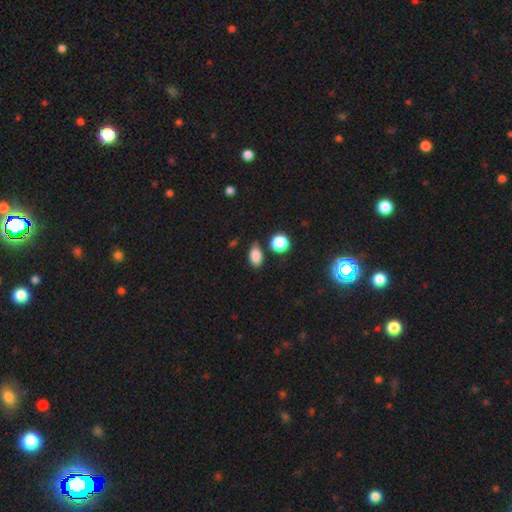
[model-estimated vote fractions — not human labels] smooth-or-featured: smooth: 84% | star or artifact: 11% | featured or disk: 5%
  how-rounded: in between: 84% | round: 14% | cigar-shaped: 2%
  merging: none: 75% | minor disturbance: 16% | merger: 6% | major disturbance: 4%